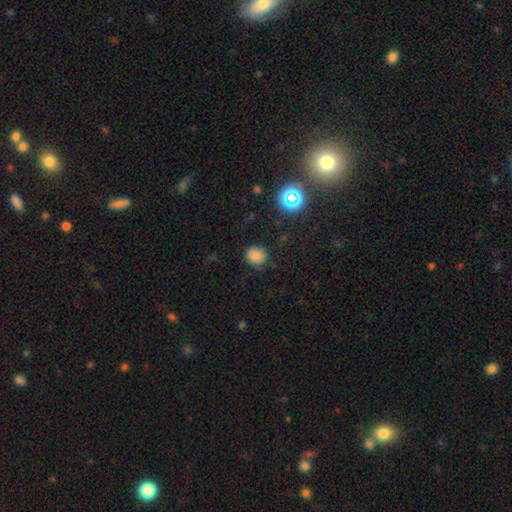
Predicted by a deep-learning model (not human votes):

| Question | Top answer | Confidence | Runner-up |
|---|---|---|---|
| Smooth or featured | smooth | 80% | star or artifact (15%) |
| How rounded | round | 76% | in between (23%) |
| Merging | none | 83% | minor disturbance (13%) |